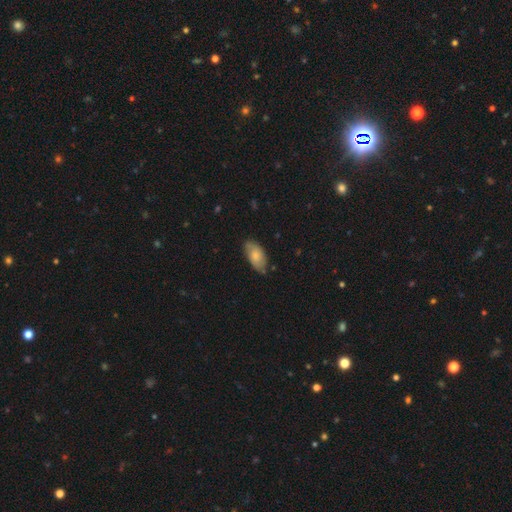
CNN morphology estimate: This appears to be a smooth galaxy with no disk features (74%) that is in between round and cigar-shaped (93%). Merging: none (69%).